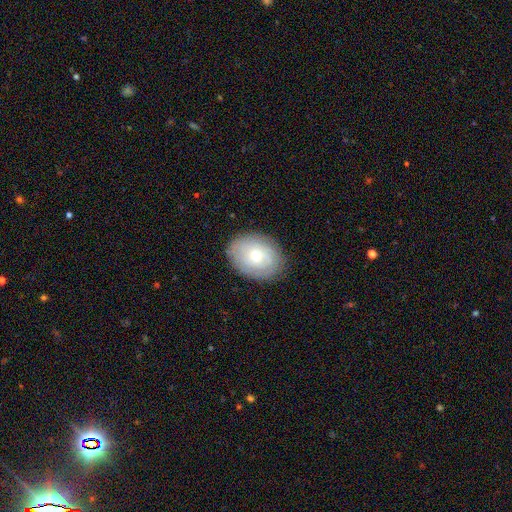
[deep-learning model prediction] This appears to be a featured or disk galaxy (50%). Merging: none (82%).